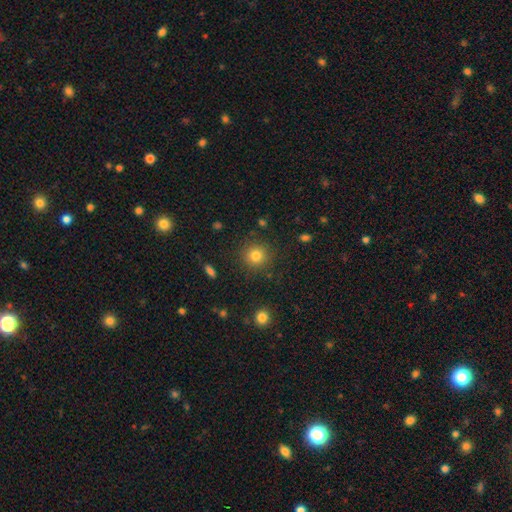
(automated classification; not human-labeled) smooth_or_featured: smooth (p=0.80) [alt: star or artifact p=0.13]
how_rounded: round (p=0.92) [alt: in between p=0.07]
merging: none (p=0.88) [alt: minor disturbance p=0.07]